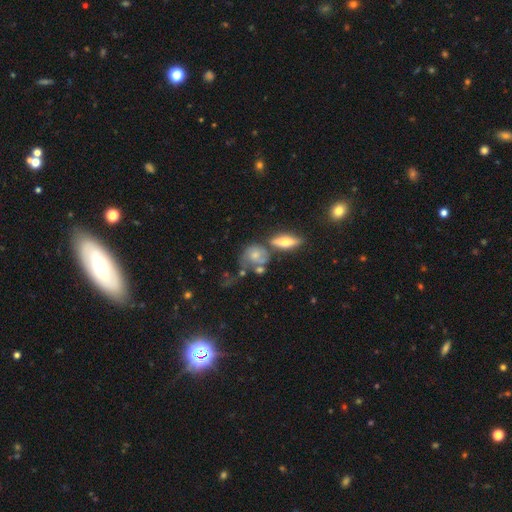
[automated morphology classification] Smooth or featured?
  - smooth: 51% *
  - featured or disk: 39%
  - star or artifact: 10%
How rounded?
  - round: 57% *
  - in between: 38%
  - cigar-shaped: 6%
Merging?
  - none: 36% *
  - merger: 27%
  - minor disturbance: 20%
  - major disturbance: 17%